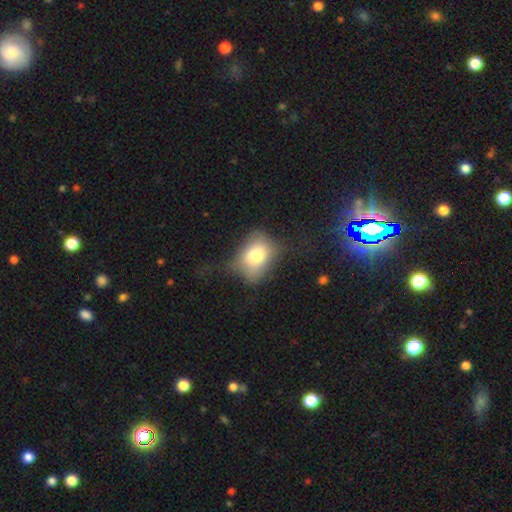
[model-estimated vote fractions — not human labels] Smooth or featured?
  - smooth: 72% *
  - featured or disk: 18%
  - star or artifact: 10%
How rounded?
  - in between: 60% *
  - round: 38%
  - cigar-shaped: 1%
Merging?
  - none: 44% *
  - minor disturbance: 28%
  - major disturbance: 26%
  - merger: 2%